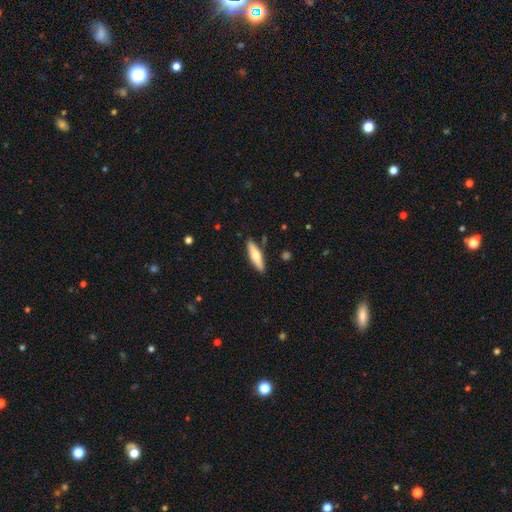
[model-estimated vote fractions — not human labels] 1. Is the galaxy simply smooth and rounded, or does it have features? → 58% smooth, 36% featured or disk, 6% star or artifact.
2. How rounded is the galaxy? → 74% cigar-shaped, 25% in between, 2% round.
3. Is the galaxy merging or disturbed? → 87% none, 9% minor disturbance, 2% merger, 2% major disturbance.